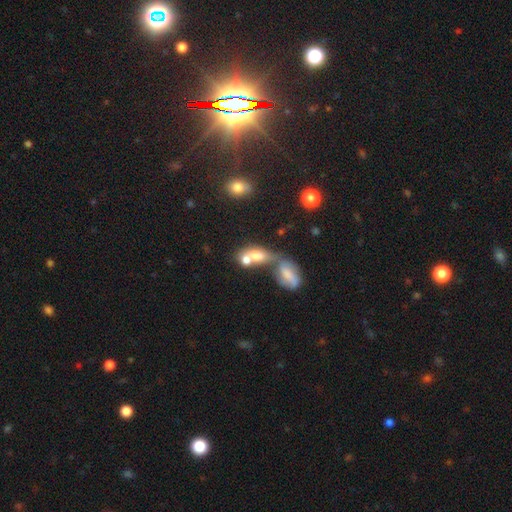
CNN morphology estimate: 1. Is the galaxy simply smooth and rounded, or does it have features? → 67% smooth, 22% featured or disk, 11% star or artifact.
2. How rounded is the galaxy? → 75% in between, 17% round, 8% cigar-shaped.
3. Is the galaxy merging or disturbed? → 66% merger, 18% none, 8% minor disturbance, 8% major disturbance.